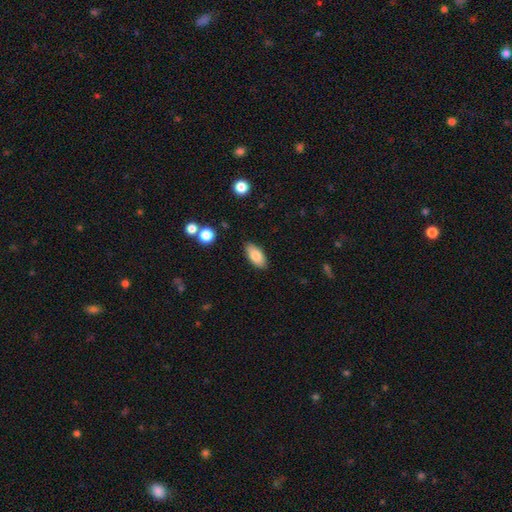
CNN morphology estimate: This appears to be a smooth galaxy with no disk features (81%) that is in between round and cigar-shaped (90%). Merging: none (87%).